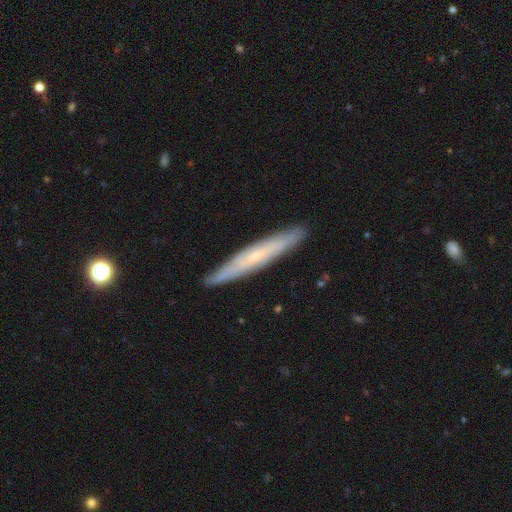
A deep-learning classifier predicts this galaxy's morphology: A featured or disk galaxy (58%) viewed edge-on (82%).

Vote fractions:
- Smooth or featured? featured or disk: 58% / smooth: 36% / star or artifact: 6%
- Edge-on disk? yes: 82% / no: 18%
- Merging? none: 88% / minor disturbance: 9% / major disturbance: 2% / merger: 1%